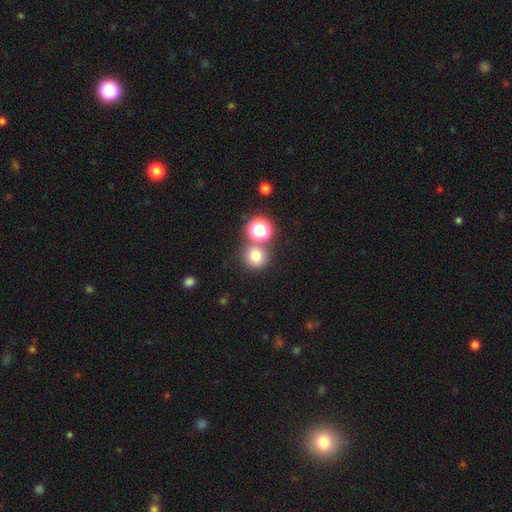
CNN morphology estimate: Smooth or featured: smooth — 75% (star or artifact — 18%)
How rounded: round — 89% (in between — 10%)
Merging: none — 68% (merger — 20%)